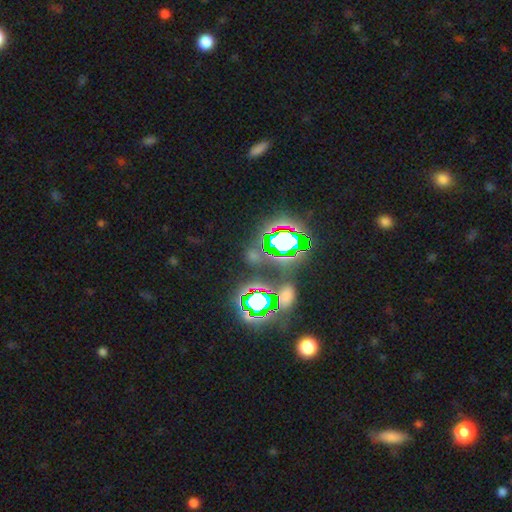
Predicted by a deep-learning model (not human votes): Smooth or featured: star or artifact — 76% (smooth — 14%)